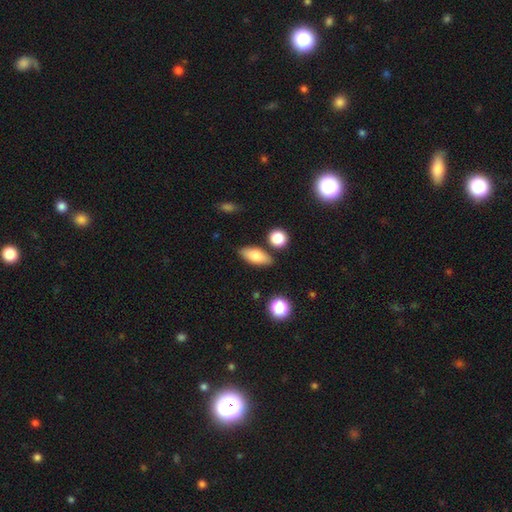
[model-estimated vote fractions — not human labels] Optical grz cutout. It shows a smooth galaxy with no disk features (79%) that is in between round and cigar-shaped (80%). Merging: none (80%).